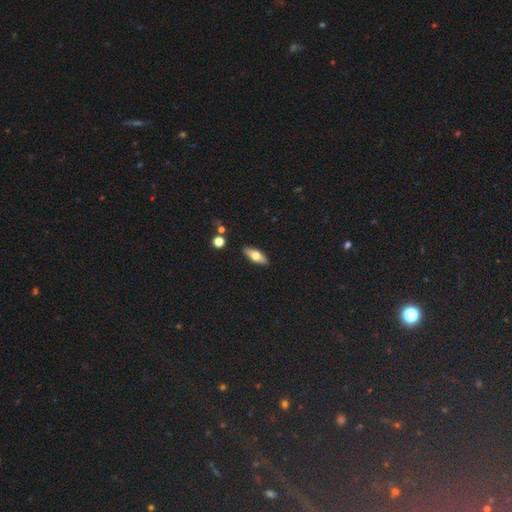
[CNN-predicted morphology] A smooth galaxy with no disk features (63%) that is in between round and cigar-shaped (72%).

Vote fractions:
- Smooth or featured? smooth: 63% / featured or disk: 30% / star or artifact: 7%
- How rounded? in between: 72% / cigar-shaped: 25% / round: 3%
- Merging? none: 88% / minor disturbance: 8% / major disturbance: 2% / merger: 2%